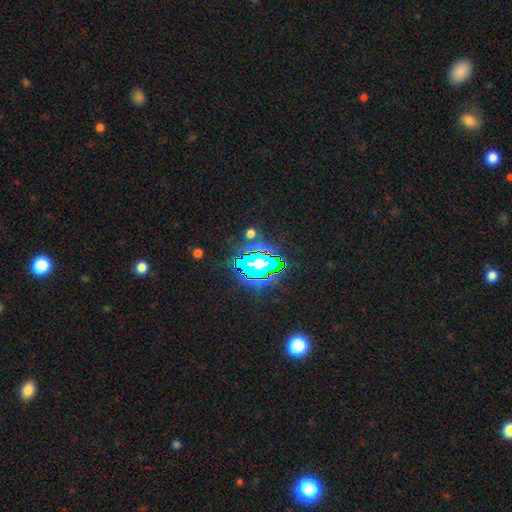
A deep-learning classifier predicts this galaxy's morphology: smooth_or_featured: star or artifact (p=0.76) [alt: smooth p=0.14]